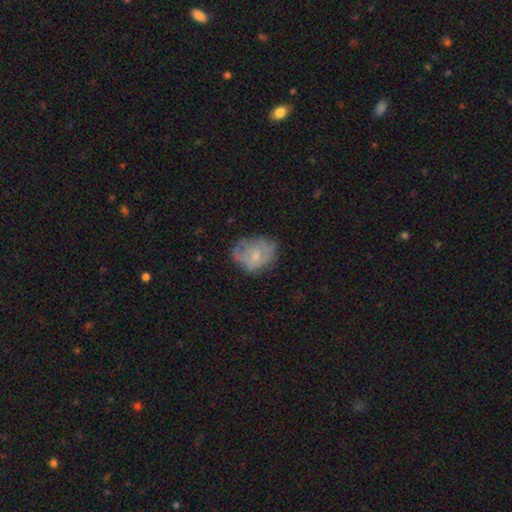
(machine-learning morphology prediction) featured or disk 52%, smooth 40%, star or artifact 8%. Down the decision tree: edge-on disk — no (97%); bar — no (77%); spiral arms — yes (52%); bulge size — small (57%); merging — none (53%).